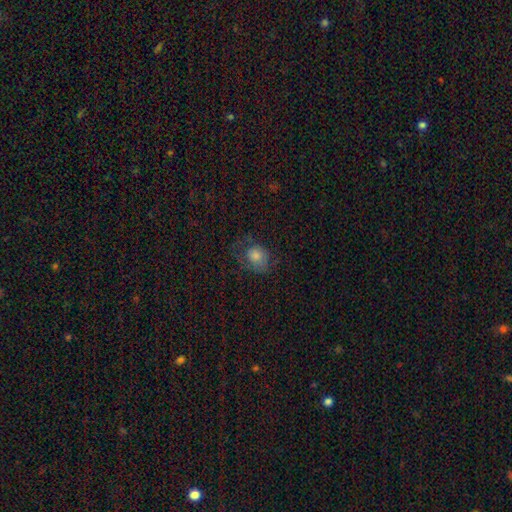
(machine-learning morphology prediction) smooth-or-featured: smooth: 69% | featured or disk: 20% | star or artifact: 12%
  how-rounded: round: 58% | in between: 40% | cigar-shaped: 1%
  merging: none: 52% | minor disturbance: 25% | major disturbance: 22% | merger: 1%